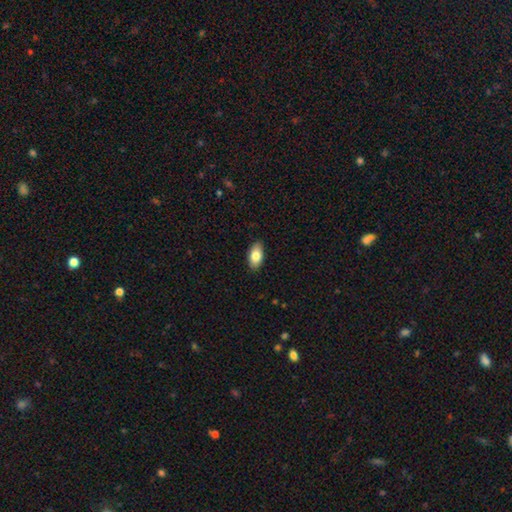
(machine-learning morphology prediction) smooth_or_featured: smooth (p=0.82) [alt: featured or disk p=0.12]
how_rounded: in between (p=0.92) [alt: cigar-shaped p=0.04]
merging: none (p=0.88) [alt: minor disturbance p=0.09]